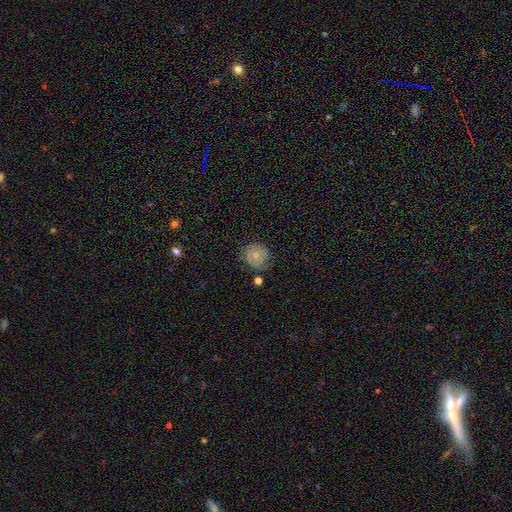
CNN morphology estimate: Smooth or featured: smooth — 69% (featured or disk — 22%)
How rounded: round — 86% (in between — 13%)
Merging: none — 65% (minor disturbance — 25%)